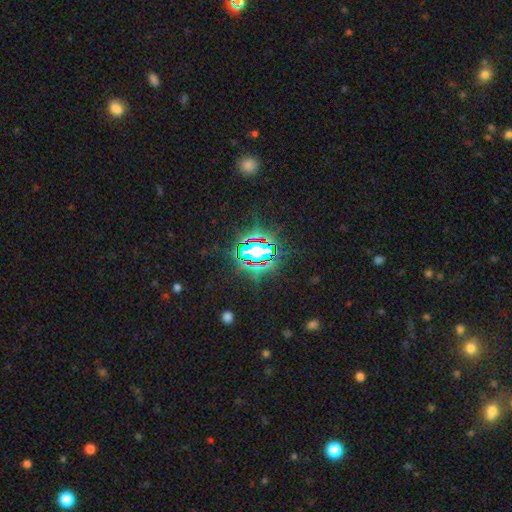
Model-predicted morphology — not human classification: Overall: star or artifact (79%).